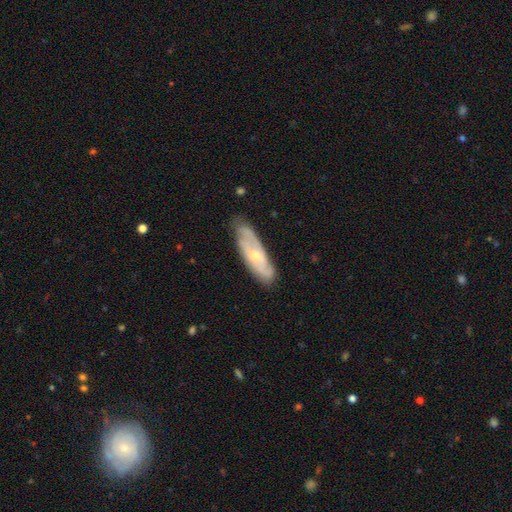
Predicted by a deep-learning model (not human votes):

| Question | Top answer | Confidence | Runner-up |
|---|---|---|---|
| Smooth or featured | featured or disk | 67% | smooth (27%) |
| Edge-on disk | no | 79% | yes (21%) |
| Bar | no | 58% | weak (33%) |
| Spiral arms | yes | 85% | no (15%) |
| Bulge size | small | 61% | moderate (34%) |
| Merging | none | 72% | minor disturbance (22%) |